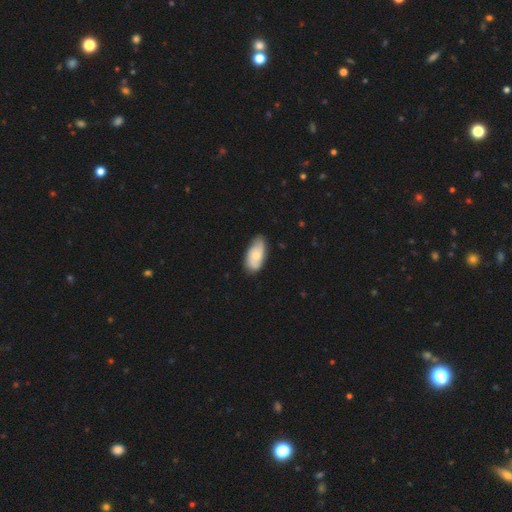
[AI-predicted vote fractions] A smooth galaxy with no disk features (57%) that is in between round and cigar-shaped (91%). Merging: none (71%).